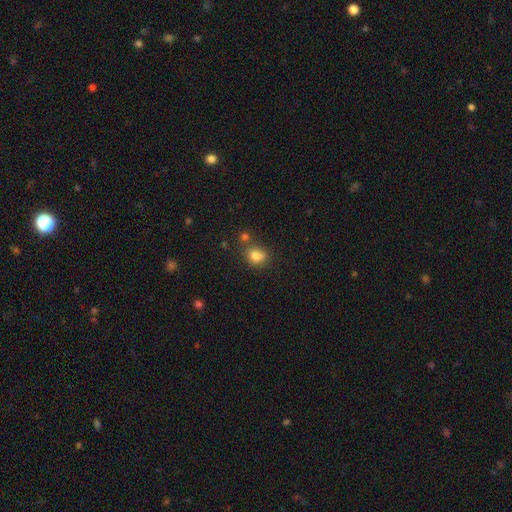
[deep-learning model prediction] The model was most divided on "how rounded": round: 57%, in between: 42%, cigar-shaped: 1%. More confident: smooth or featured — smooth (81%); merging — none (59%).